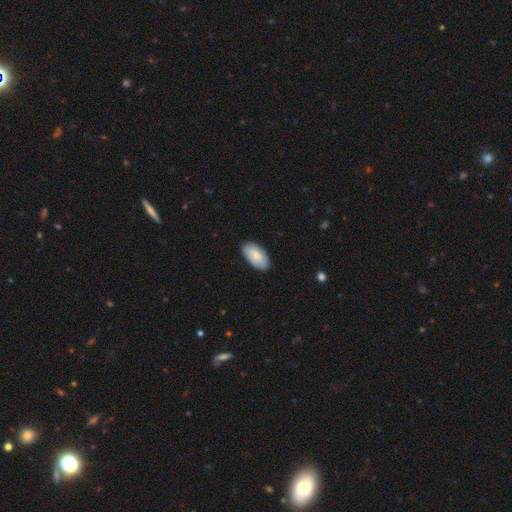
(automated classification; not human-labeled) Morphology: type=smooth (79%); roundness=in between (95%); merging=none (84%).